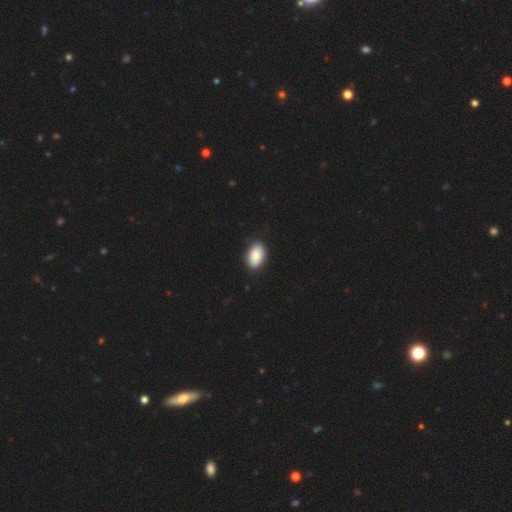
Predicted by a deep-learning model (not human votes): smooth 86%, featured or disk 8%, star or artifact 7%. Down the decision tree: how rounded — in between (93%); merging — none (87%).